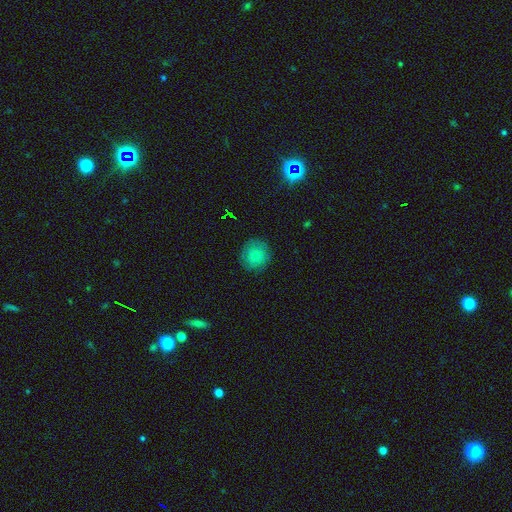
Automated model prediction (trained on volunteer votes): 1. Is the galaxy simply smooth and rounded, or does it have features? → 79% smooth, 12% featured or disk, 10% star or artifact.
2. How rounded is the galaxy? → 92% round, 7% in between, 1% cigar-shaped.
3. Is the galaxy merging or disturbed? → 85% none, 11% minor disturbance, 3% major disturbance, 1% merger.